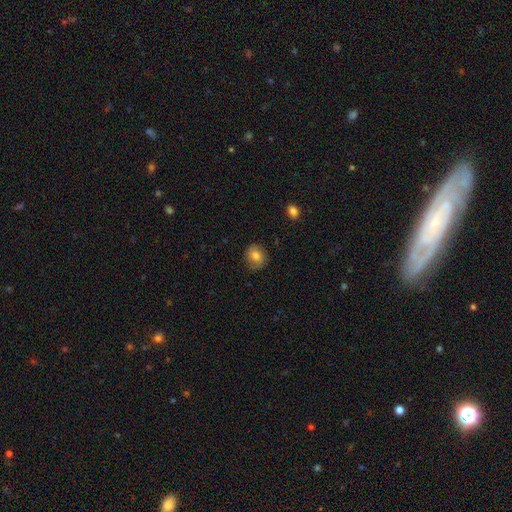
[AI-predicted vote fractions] Smooth or featured? Predicted: smooth (p=0.74). How rounded? Predicted: round (p=0.73). Merging? Predicted: none (p=0.80).